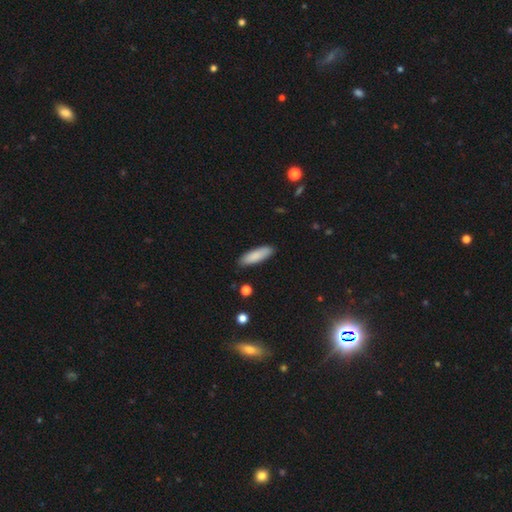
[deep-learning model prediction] Smooth or featured? Predicted: smooth (p=0.87). How rounded? Predicted: cigar-shaped (p=0.52). Merging? Predicted: none (p=0.87).